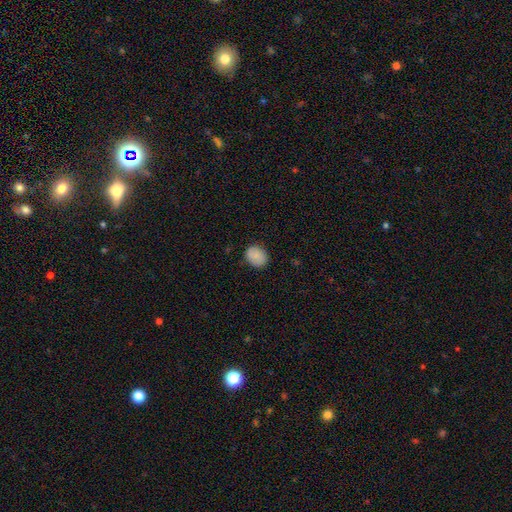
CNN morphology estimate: Smooth or featured?
  - smooth: 86% *
  - star or artifact: 8%
  - featured or disk: 6%
How rounded?
  - round: 57% *
  - in between: 42%
  - cigar-shaped: 1%
Merging?
  - none: 83% *
  - minor disturbance: 13%
  - major disturbance: 3%
  - merger: 1%